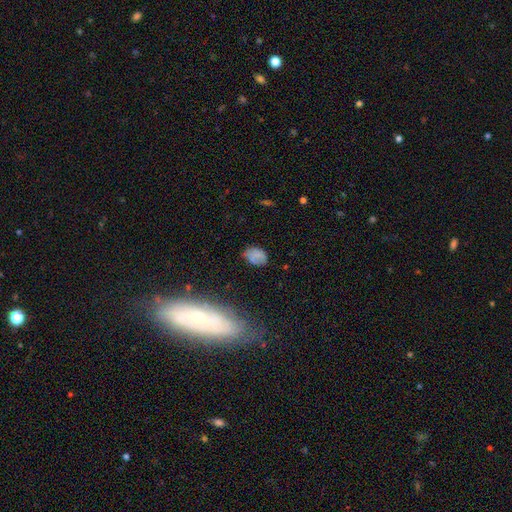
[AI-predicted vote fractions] Smooth or featured? Predicted: smooth (p=0.70). How rounded? Predicted: in between (p=0.83). Merging? Predicted: none (p=0.64).